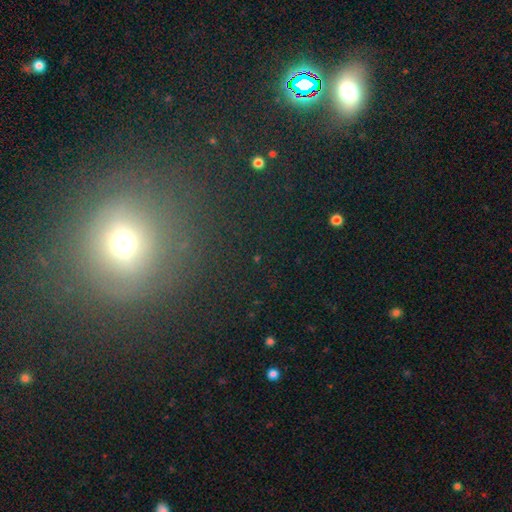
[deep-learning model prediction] smooth_or_featured: star or artifact (p=0.44) [alt: smooth p=0.43]